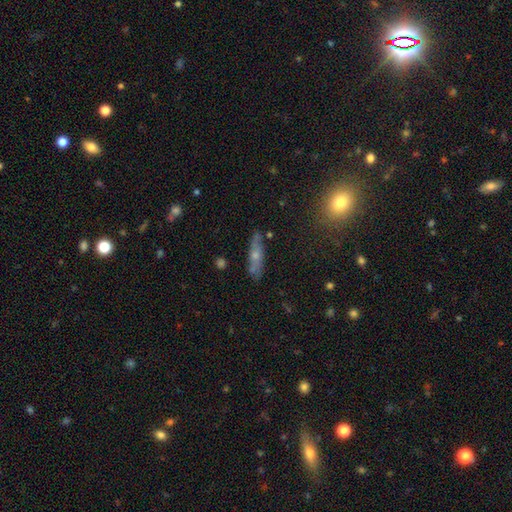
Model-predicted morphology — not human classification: This is possibly a featured or disk galaxy (46%). Merging: likely none (78%).